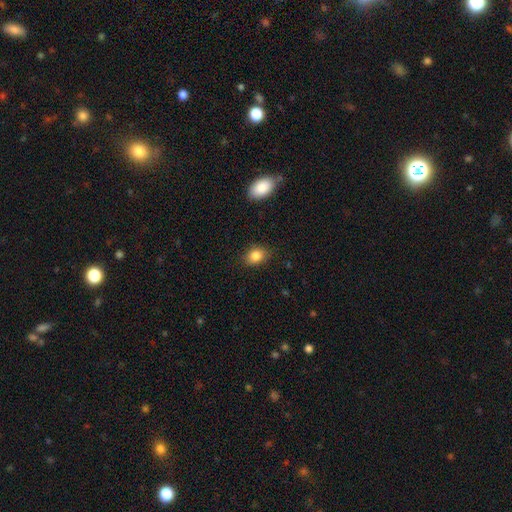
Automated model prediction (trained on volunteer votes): This appears to be a smooth galaxy with no disk features (85%) that is in between round and cigar-shaped (68%). Merging: none (84%).